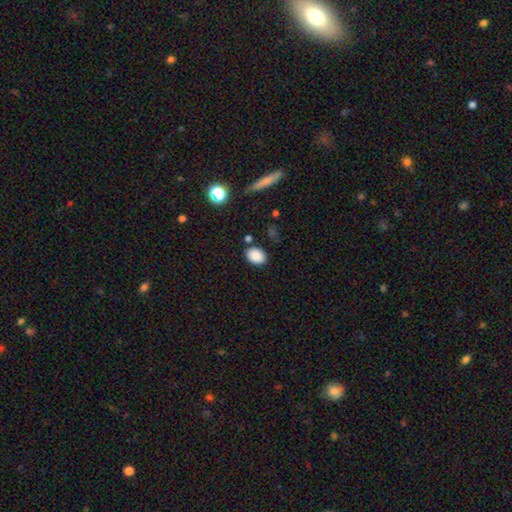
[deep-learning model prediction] The model was most divided on "how rounded": in between: 72%, round: 27%, cigar-shaped: 1%. More confident: smooth or featured — smooth (87%); merging — none (83%).